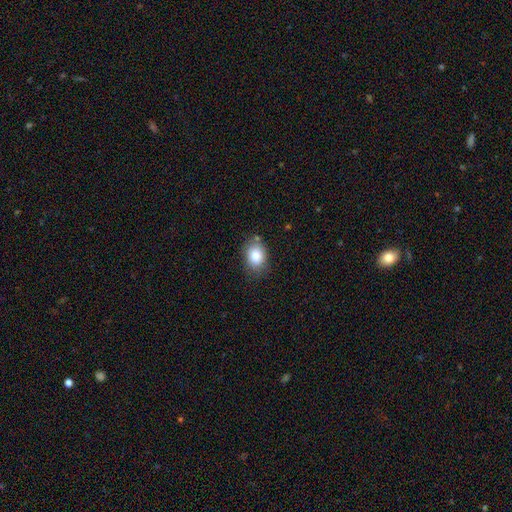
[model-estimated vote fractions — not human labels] The model was most divided on "how rounded": in between: 66%, round: 33%, cigar-shaped: 1%. More confident: smooth or featured — smooth (84%); merging — none (72%).